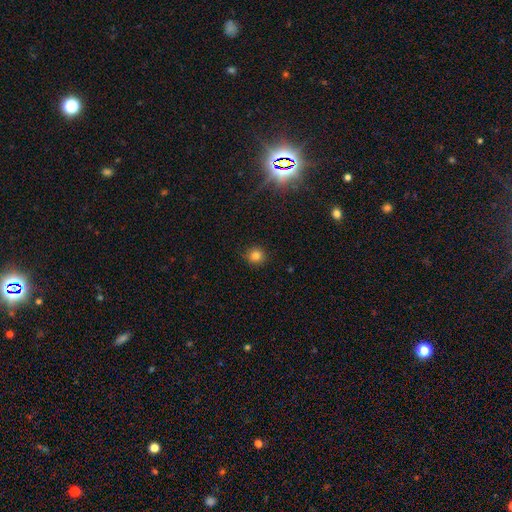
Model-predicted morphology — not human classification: smooth 81%, star or artifact 13%, featured or disk 6%. Down the decision tree: how rounded — round (92%); merging — none (89%).